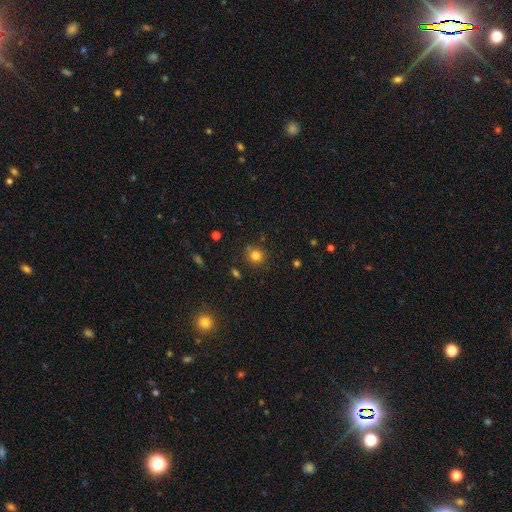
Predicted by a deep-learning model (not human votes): A smooth galaxy with no disk features (80%) that is round (84%).

Vote fractions:
- Smooth or featured? smooth: 80% / star or artifact: 14% / featured or disk: 7%
- How rounded? round: 84% / in between: 15% / cigar-shaped: 1%
- Merging? none: 79% / minor disturbance: 12% / merger: 6% / major disturbance: 3%